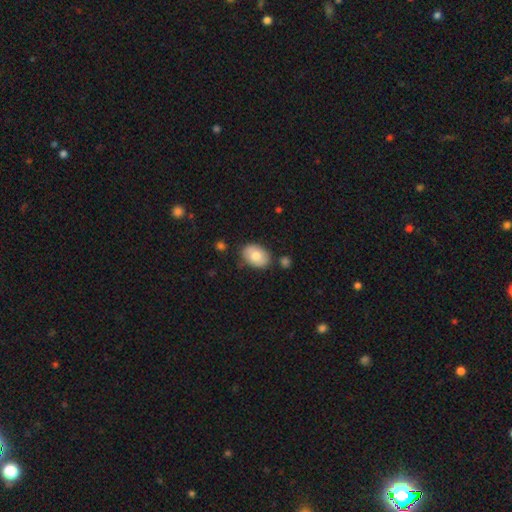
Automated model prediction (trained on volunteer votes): This is likely a smooth galaxy (77%). How rounded: clearly in between (82%). Merging: likely none (79%).